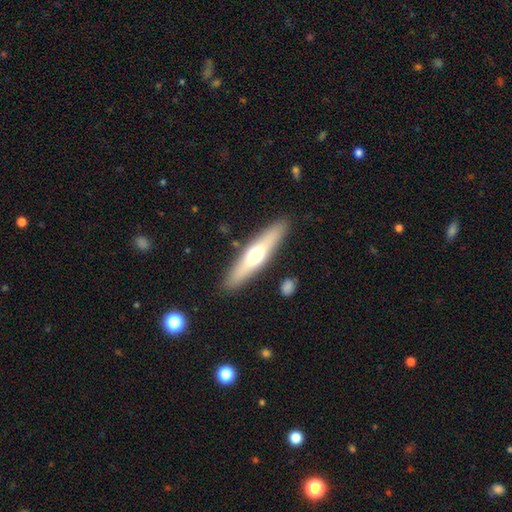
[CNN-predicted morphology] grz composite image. It shows a featured or disk galaxy (48%). Merging: none (89%).